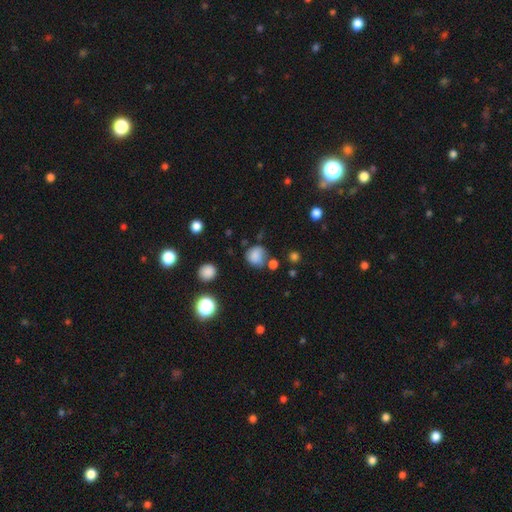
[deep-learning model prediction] Smooth or featured: smooth — 80% (star or artifact — 12%)
How rounded: round — 80% (in between — 19%)
Merging: none — 60% (minor disturbance — 22%)